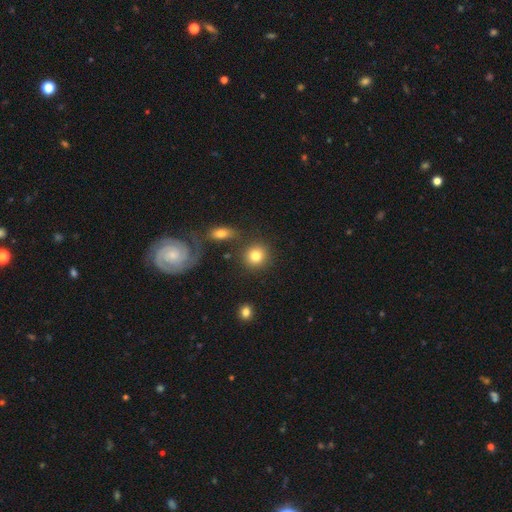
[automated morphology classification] Smooth or featured?
  - smooth: 81% *
  - featured or disk: 10%
  - star or artifact: 9%
How rounded?
  - round: 89% *
  - in between: 9%
  - cigar-shaped: 1%
Merging?
  - none: 80% *
  - minor disturbance: 9%
  - merger: 7%
  - major disturbance: 4%